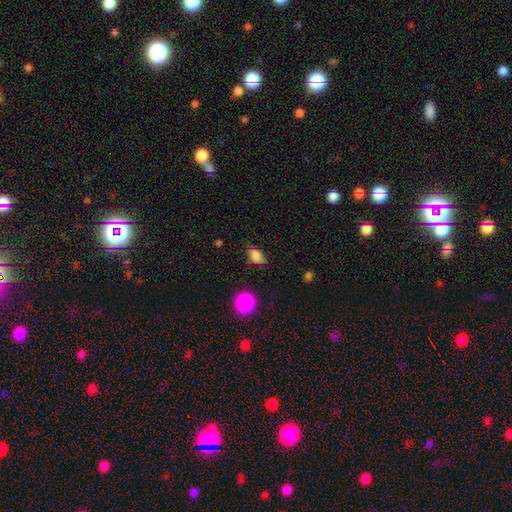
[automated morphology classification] smooth 82%, star or artifact 11%, featured or disk 7%. Down the decision tree: how rounded — in between (83%); merging — none (70%).